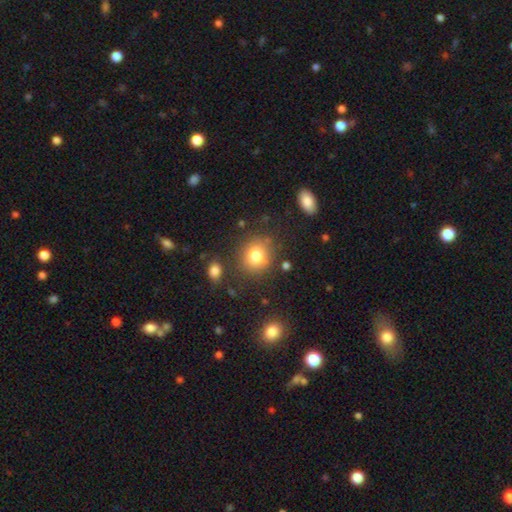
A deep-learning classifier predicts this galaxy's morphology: Smooth or featured: smooth — 80% (star or artifact — 11%)
How rounded: round — 79% (in between — 20%)
Merging: none — 81% (minor disturbance — 11%)